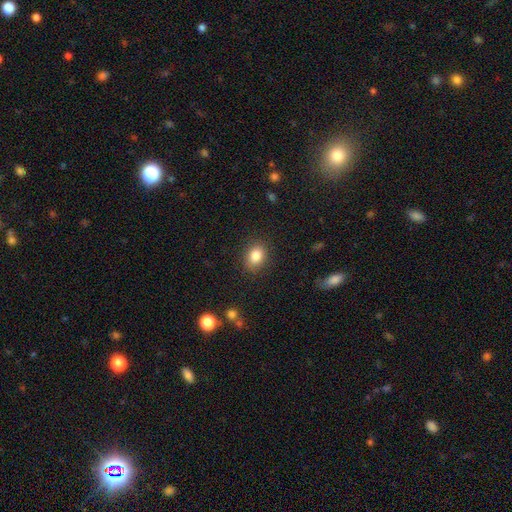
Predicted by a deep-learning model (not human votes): The model was most divided on "how rounded": in between: 57%, round: 42%, cigar-shaped: 1%. More confident: merging — none (86%); smooth or featured — smooth (84%).